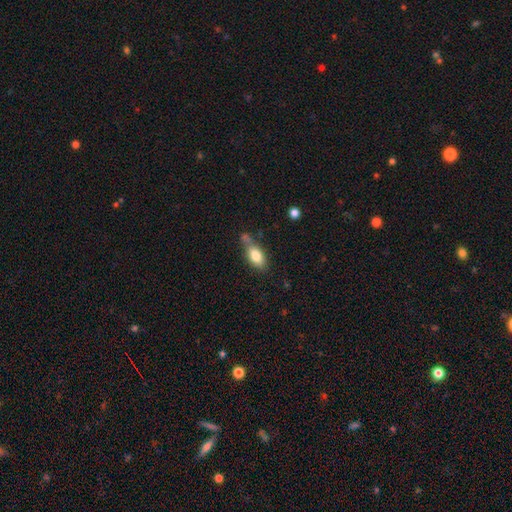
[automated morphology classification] Q: Smooth or featured?
A: smooth (78%); runner-up: featured or disk (15%)
Q: How rounded?
A: in between (84%); runner-up: cigar-shaped (11%)
Q: Merging?
A: none (47%); runner-up: minor disturbance (26%)